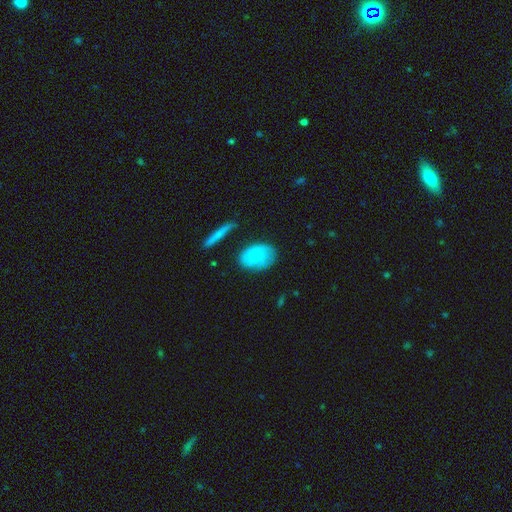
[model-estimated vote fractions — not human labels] Smooth or featured: smooth — 73% (featured or disk — 20%)
How rounded: in between — 78% (round — 20%)
Merging: none — 68% (minor disturbance — 22%)